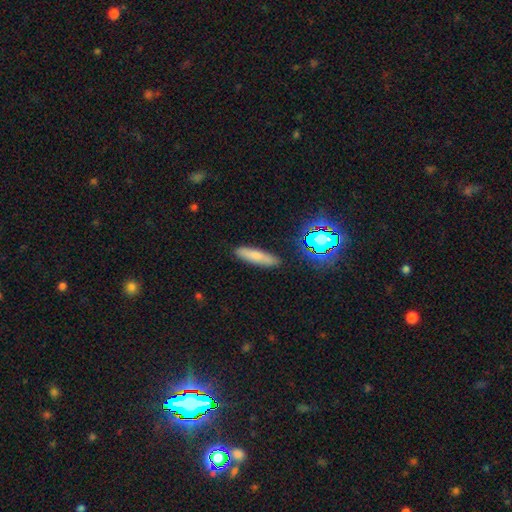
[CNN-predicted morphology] Q: Smooth or featured?
A: smooth (73%); runner-up: featured or disk (15%)
Q: How rounded?
A: cigar-shaped (76%); runner-up: in between (22%)
Q: Merging?
A: none (86%); runner-up: minor disturbance (9%)